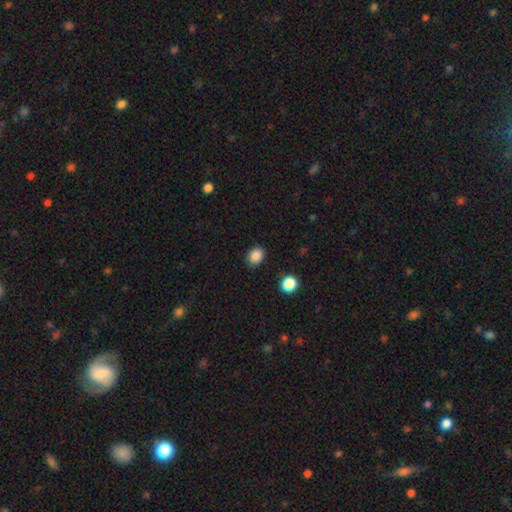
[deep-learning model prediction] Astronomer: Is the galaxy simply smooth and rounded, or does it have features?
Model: smooth — 86%.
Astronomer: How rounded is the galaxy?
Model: in between — 54% (runner-up: round, 45%).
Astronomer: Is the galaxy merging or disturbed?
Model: none — 85%.